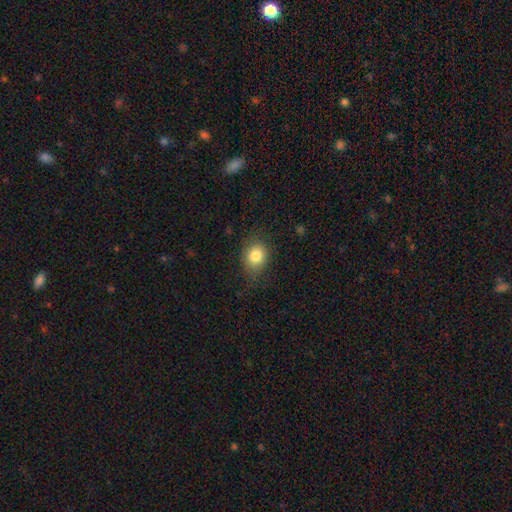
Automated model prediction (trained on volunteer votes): This appears to be a smooth galaxy with no disk features (81%) that is round (53%). Merging: none (79%).